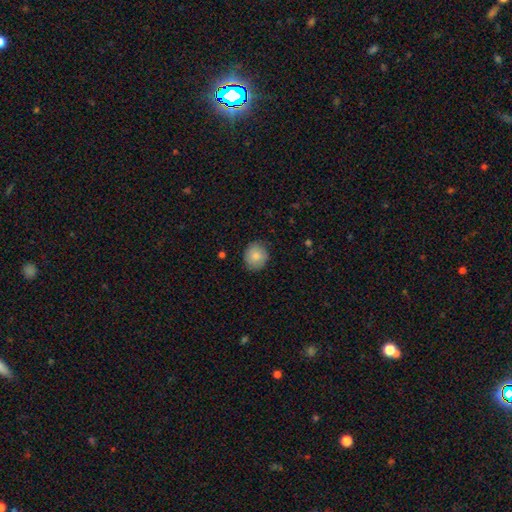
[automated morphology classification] Q: Smooth or featured?
A: smooth (83%); runner-up: featured or disk (10%)
Q: How rounded?
A: round (81%); runner-up: in between (18%)
Q: Merging?
A: none (84%); runner-up: minor disturbance (13%)